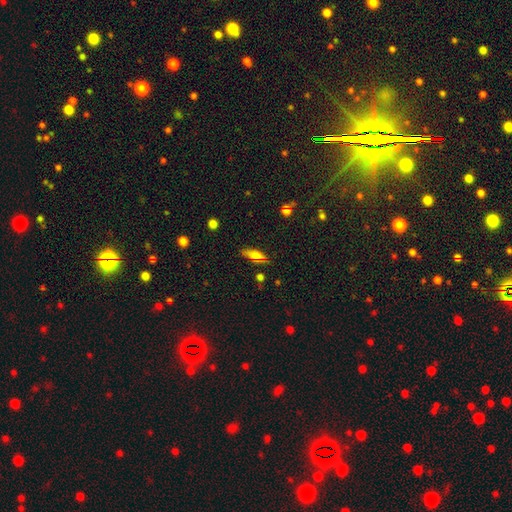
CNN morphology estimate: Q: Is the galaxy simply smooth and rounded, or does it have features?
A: smooth — 59%.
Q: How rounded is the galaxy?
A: in between — 55%.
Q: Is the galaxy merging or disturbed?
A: none — 80%.